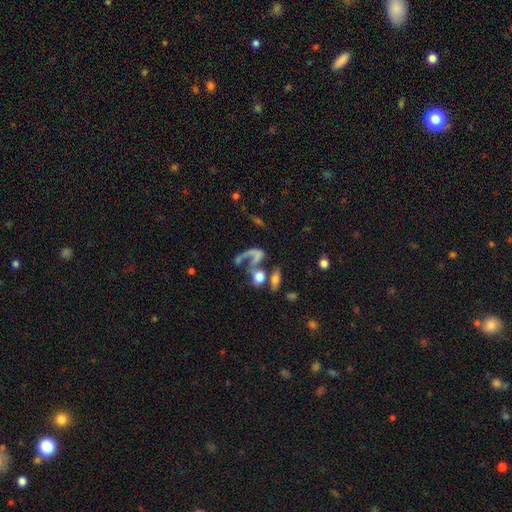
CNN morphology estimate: Q: Smooth or featured?
A: featured or disk (55%); runner-up: smooth (32%)
Q: Edge-on disk?
A: no (94%); runner-up: yes (6%)
Q: Bar?
A: no (72%); runner-up: weak (19%)
Q: Spiral arms?
A: yes (60%); runner-up: no (40%)
Q: Bulge size?
A: none (43%); runner-up: small (23%)
Q: Merging?
A: major disturbance (35%); runner-up: merger (34%)